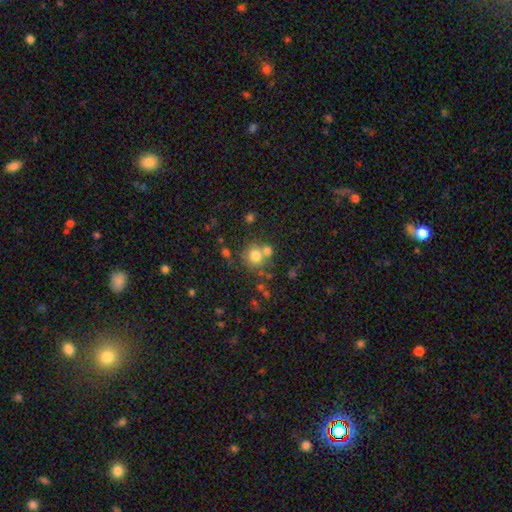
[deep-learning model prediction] Q: Smooth or featured?
A: smooth (74%); runner-up: star or artifact (13%)
Q: How rounded?
A: round (85%); runner-up: in between (14%)
Q: Merging?
A: none (55%); runner-up: merger (30%)